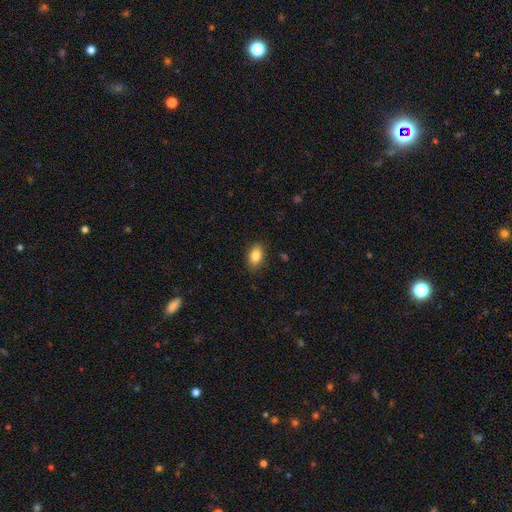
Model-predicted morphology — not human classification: Smooth or featured?
  - smooth: 85% *
  - star or artifact: 8%
  - featured or disk: 7%
How rounded?
  - in between: 89% *
  - round: 9%
  - cigar-shaped: 2%
Merging?
  - none: 86% *
  - minor disturbance: 10%
  - major disturbance: 2%
  - merger: 1%